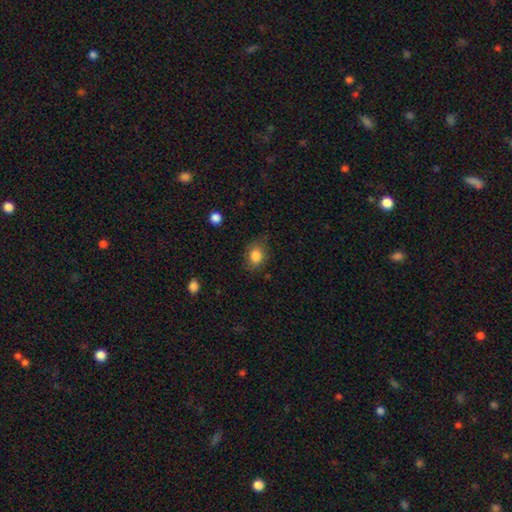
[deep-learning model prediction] A smooth galaxy with no disk features (83%) that is in between round and cigar-shaped (64%). Merging: none (73%).